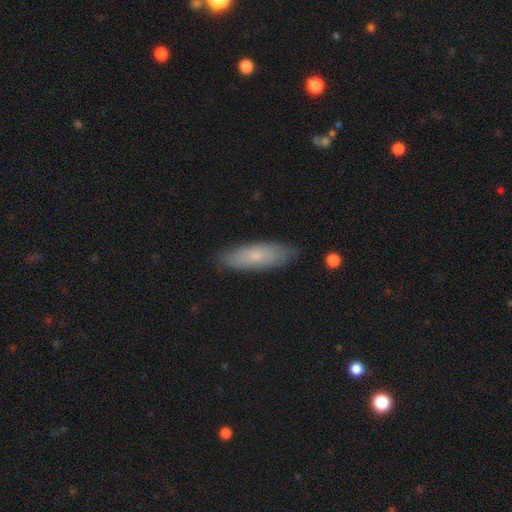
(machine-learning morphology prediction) Smooth or featured? Predicted: smooth (p=0.67). How rounded? Predicted: in between (p=0.50). Merging? Predicted: none (p=0.85).